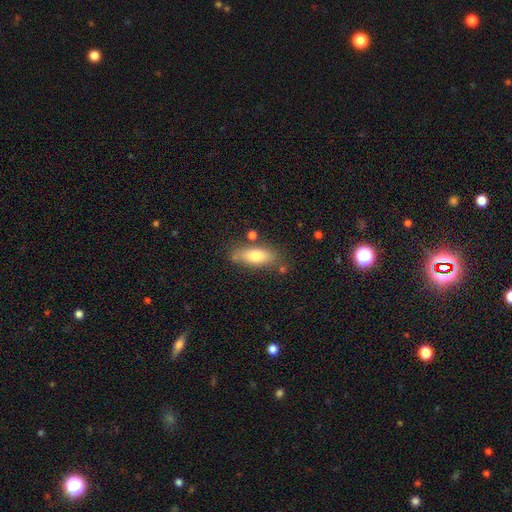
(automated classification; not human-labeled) Q: Smooth or featured?
A: smooth (73%); runner-up: featured or disk (20%)
Q: How rounded?
A: in between (72%); runner-up: cigar-shaped (25%)
Q: Merging?
A: none (75%); runner-up: minor disturbance (15%)